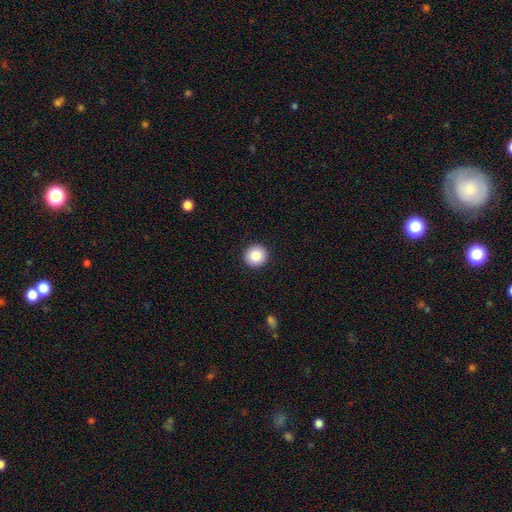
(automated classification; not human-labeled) Smooth or featured: smooth — 87% (star or artifact — 8%)
How rounded: round — 95% (in between — 4%)
Merging: none — 93% (minor disturbance — 4%)